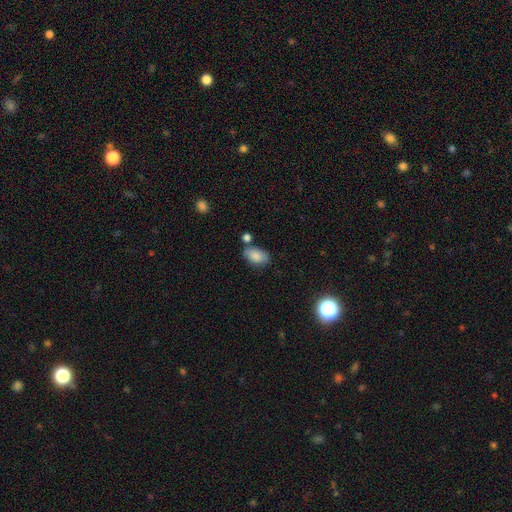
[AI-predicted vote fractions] A smooth galaxy with no disk features (84%) that is in between round and cigar-shaped (91%).

Vote fractions:
- Smooth or featured? smooth: 84% / featured or disk: 8% / star or artifact: 8%
- How rounded? in between: 91% / round: 7% / cigar-shaped: 2%
- Merging? none: 62% / minor disturbance: 20% / merger: 13% / major disturbance: 5%